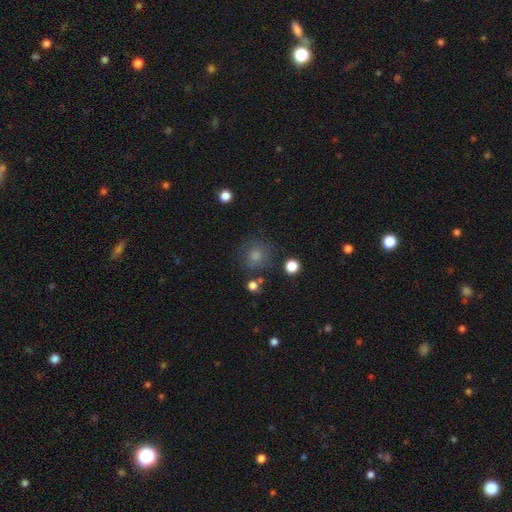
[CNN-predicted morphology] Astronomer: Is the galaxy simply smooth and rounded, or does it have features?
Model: smooth — 64%.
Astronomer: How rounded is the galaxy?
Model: round — 91%.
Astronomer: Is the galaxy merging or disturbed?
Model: none — 81%.